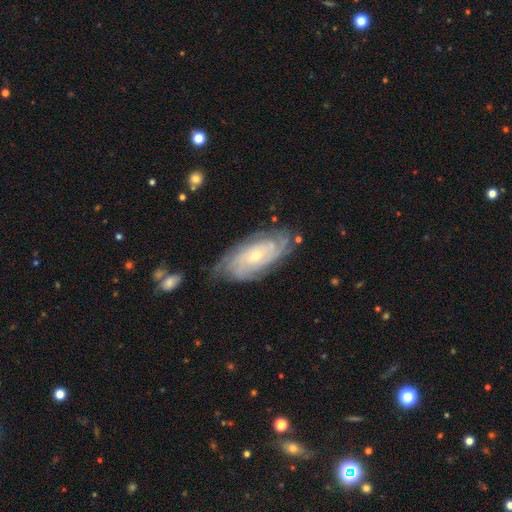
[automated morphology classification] smooth-or-featured: featured or disk: 82% | smooth: 12% | star or artifact: 6%
  disk-edge-on: no: 93% | yes: 7%
    bar: no: 74% | weak: 20% | strong: 5%
    has-spiral-arms: yes: 95% | no: 5%
      spiral-winding: tight: 76% | medium: 20% | loose: 5%
      spiral-arm-count: can't tell: 38% | 4: 20% | 3: 15% | 2: 13% | more than 4: 8% | 1: 5%
    bulge-size: small: 70% | moderate: 27% | large: 1% | none: 1% | dominant: 1%
  merging: none: 73% | minor disturbance: 19% | major disturbance: 6% | merger: 2%